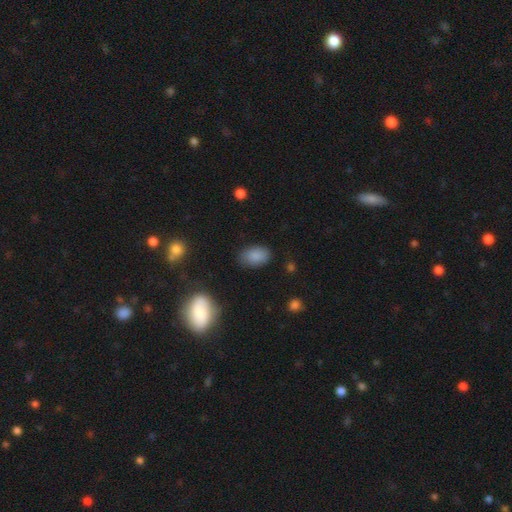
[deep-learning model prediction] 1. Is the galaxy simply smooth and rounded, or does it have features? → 86% smooth, 9% star or artifact, 5% featured or disk.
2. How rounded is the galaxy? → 91% in between, 8% round, 1% cigar-shaped.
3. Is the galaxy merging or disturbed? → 81% none, 14% minor disturbance, 3% major disturbance, 2% merger.